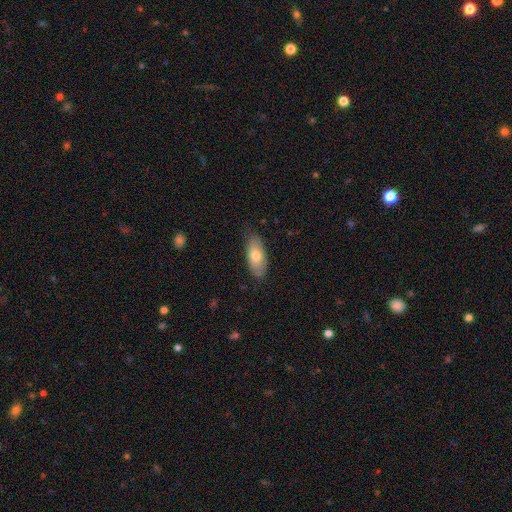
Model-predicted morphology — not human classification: Overall: smooth (72%). How rounded: in between (86%). Merging: none (79%).